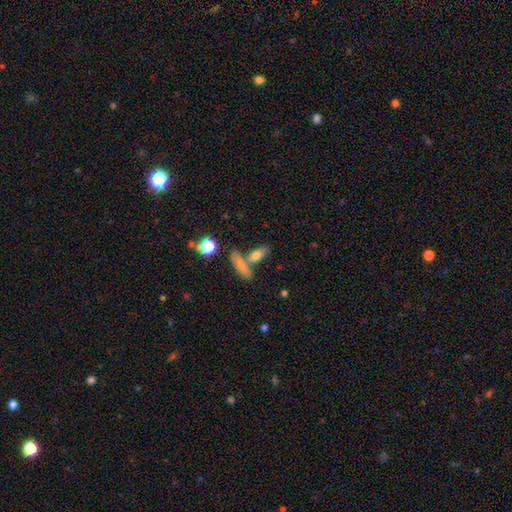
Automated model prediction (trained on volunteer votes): A smooth galaxy with no disk features (71%) that is in between round and cigar-shaped (57%). Merging: none (54%).